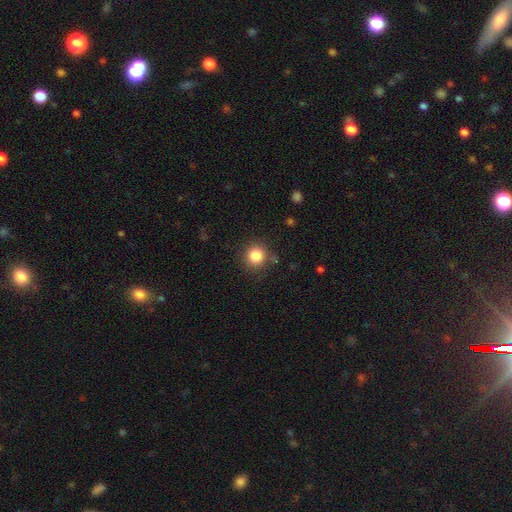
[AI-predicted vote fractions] The model was most divided on "smooth or featured": smooth: 84%, star or artifact: 11%, featured or disk: 5%. More confident: how rounded — round (92%); merging — none (83%).